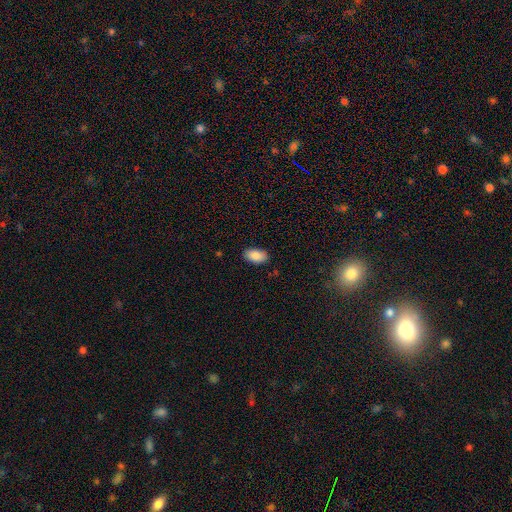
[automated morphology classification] Smooth or featured? smooth (88%)
How rounded? in between (94%)
Merging? none (88%)